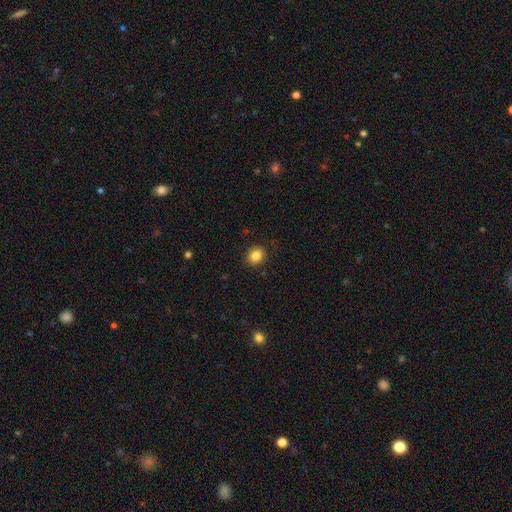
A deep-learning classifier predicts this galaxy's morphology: type=smooth (85%); roundness=round (64%); merging=none (89%).